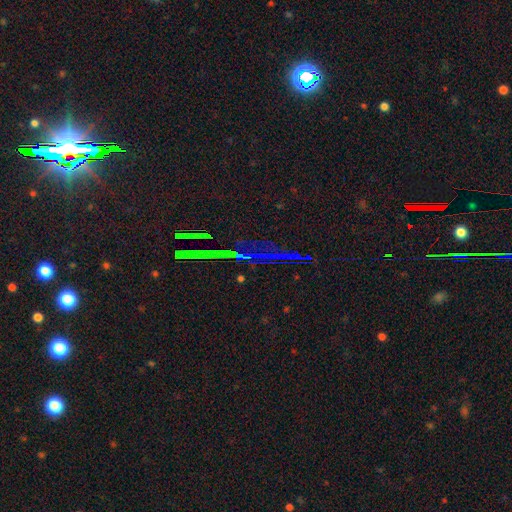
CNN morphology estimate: Smooth or featured? Predicted: star or artifact (p=0.80).